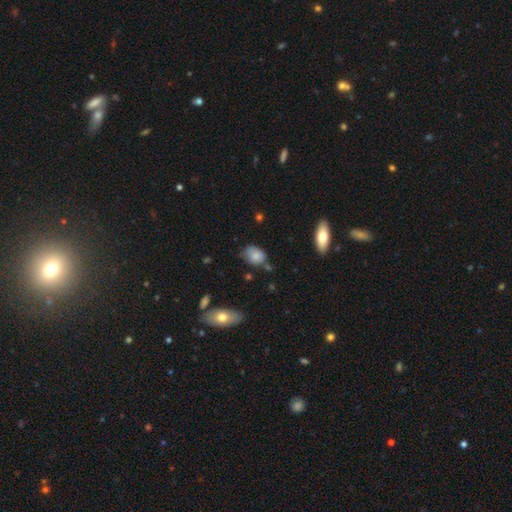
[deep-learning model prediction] smooth-or-featured: smooth: 78% | featured or disk: 13% | star or artifact: 9%
  how-rounded: in between: 73% | round: 26% | cigar-shaped: 1%
  merging: none: 55% | minor disturbance: 32% | major disturbance: 7% | merger: 6%